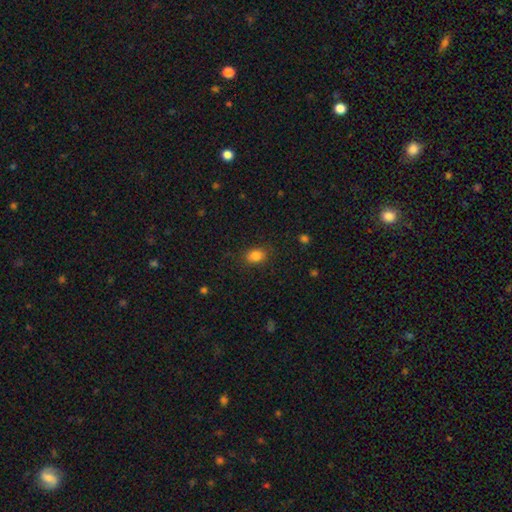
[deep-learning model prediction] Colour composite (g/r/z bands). It shows a smooth galaxy with no disk features (85%) that is in between round and cigar-shaped (67%). Merging: none (85%).